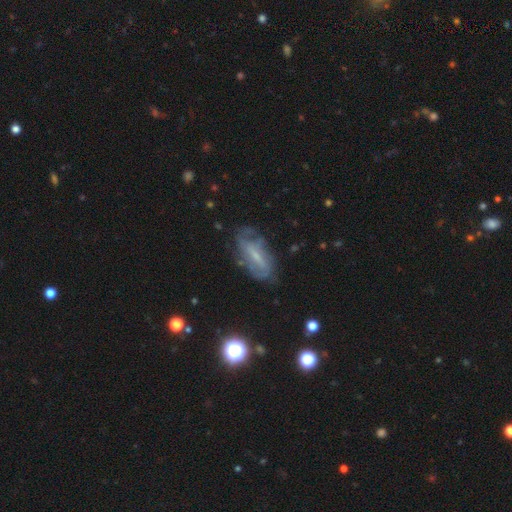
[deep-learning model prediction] This appears to be a featured or disk galaxy (66%) with a weak bar (45%), spiral arms (76%) and a small central bulge (60%). Merging: none (65%).